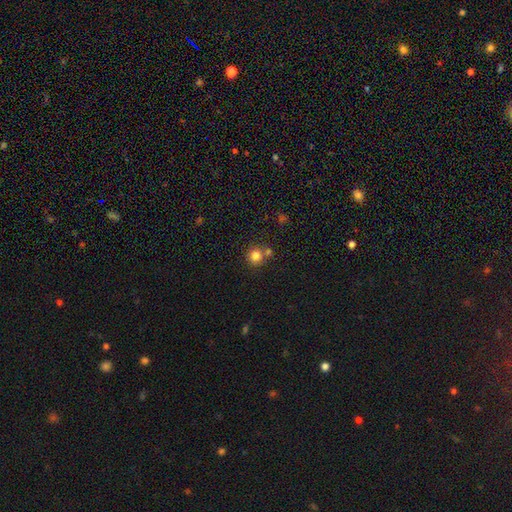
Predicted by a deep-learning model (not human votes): A smooth galaxy with no disk features (81%) that is round (92%).

Vote fractions:
- Smooth or featured? smooth: 81% / star or artifact: 12% / featured or disk: 6%
- How rounded? round: 92% / in between: 7% / cigar-shaped: 1%
- Merging? none: 69% / merger: 20% / minor disturbance: 8% / major disturbance: 3%